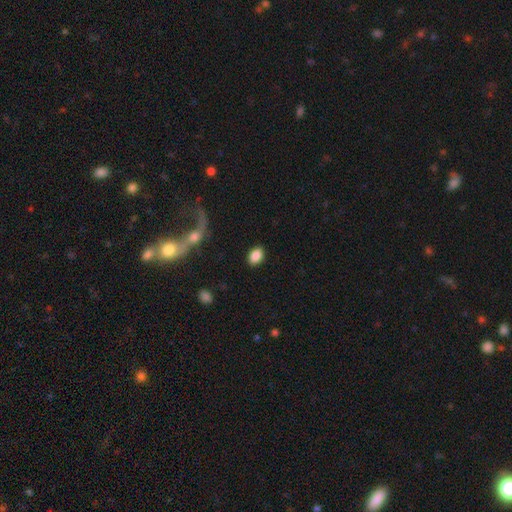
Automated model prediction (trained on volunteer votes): Q: Smooth or featured?
A: smooth (86%); runner-up: star or artifact (8%)
Q: How rounded?
A: in between (84%); runner-up: round (15%)
Q: Merging?
A: none (87%); runner-up: minor disturbance (8%)